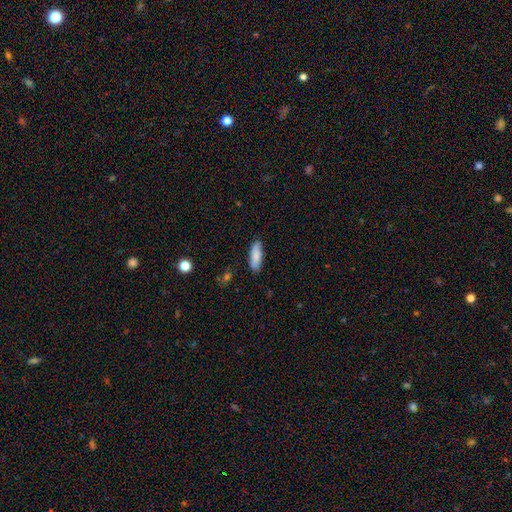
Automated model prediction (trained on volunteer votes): The model was most divided on "how rounded": in between: 61%, cigar-shaped: 38%, round: 2%. More confident: smooth or featured — smooth (84%); merging — none (82%).